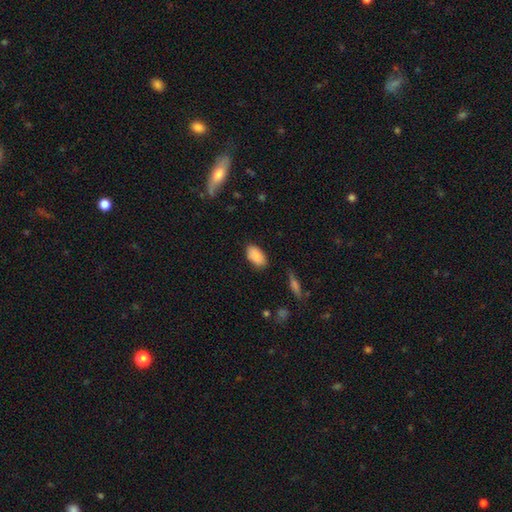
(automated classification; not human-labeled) Smooth or featured: smooth — 88% (star or artifact — 7%)
How rounded: in between — 94% (round — 4%)
Merging: none — 83% (minor disturbance — 13%)